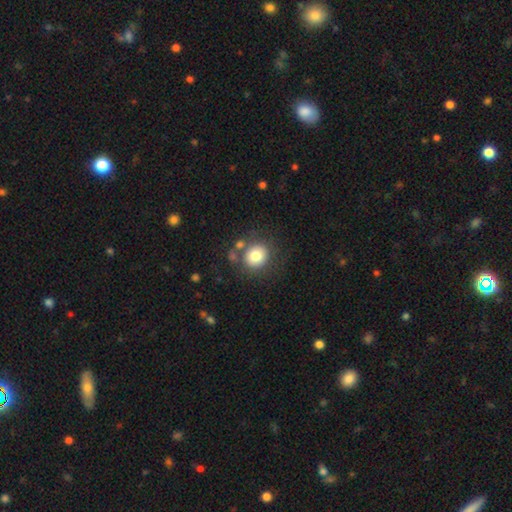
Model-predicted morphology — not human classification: smooth 78%, featured or disk 12%, star or artifact 11%. Down the decision tree: how rounded — round (84%); merging — none (72%).